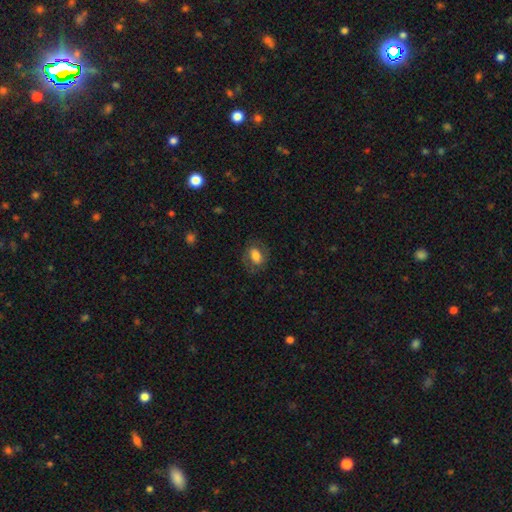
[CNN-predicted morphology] Smooth or featured? Predicted: smooth (p=0.69). How rounded? Predicted: in between (p=0.77). Merging? Predicted: none (p=0.72).